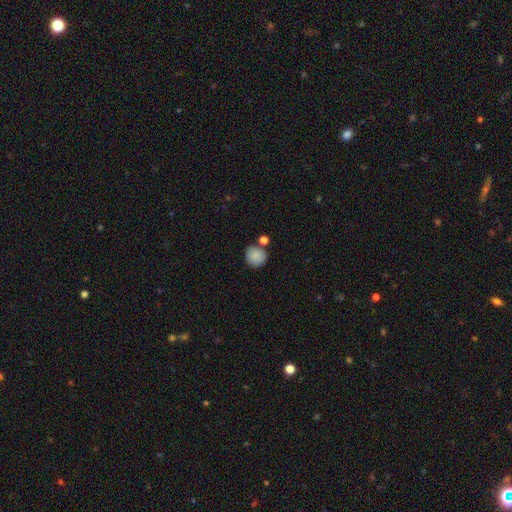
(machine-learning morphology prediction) Smooth or featured?
  - smooth: 87% *
  - star or artifact: 8%
  - featured or disk: 5%
How rounded?
  - round: 91% *
  - in between: 8%
  - cigar-shaped: 1%
Merging?
  - none: 72% *
  - merger: 13%
  - minor disturbance: 11%
  - major disturbance: 3%